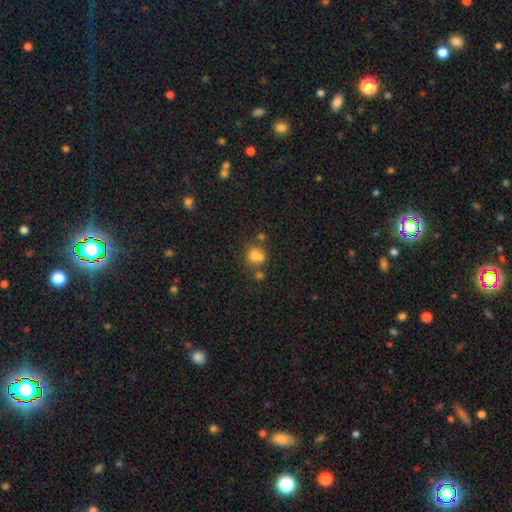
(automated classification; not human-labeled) This appears to be a smooth galaxy with no disk features (74%) that is round (59%). Merging: none (44%).